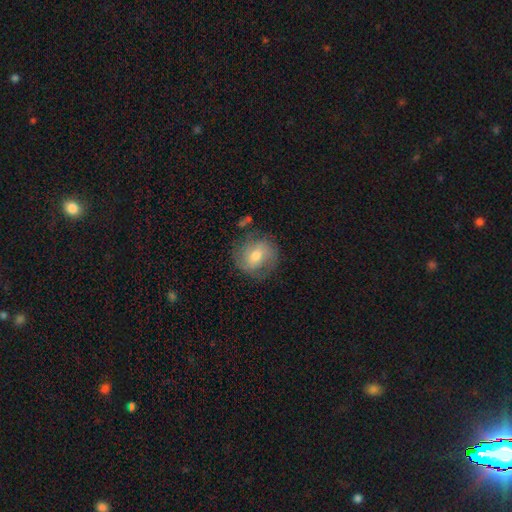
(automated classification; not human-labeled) This is possibly a smooth galaxy (53%). How rounded: likely round (79%). Merging: likely none (70%).